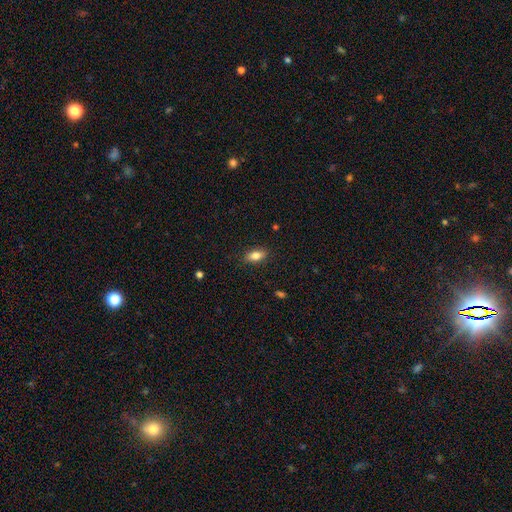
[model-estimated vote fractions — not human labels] A smooth galaxy with no disk features (83%) that is in between round and cigar-shaped (86%). Merging: none (87%).